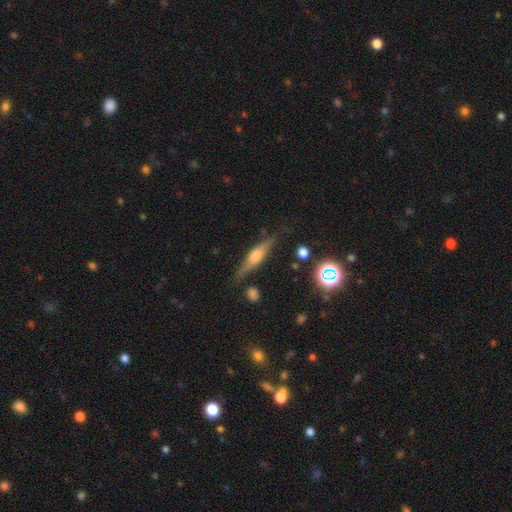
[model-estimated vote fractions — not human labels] This appears to be a featured or disk galaxy (68%) viewed edge-on (96%) with a rounded central bulge (84%). Merging: none (81%).